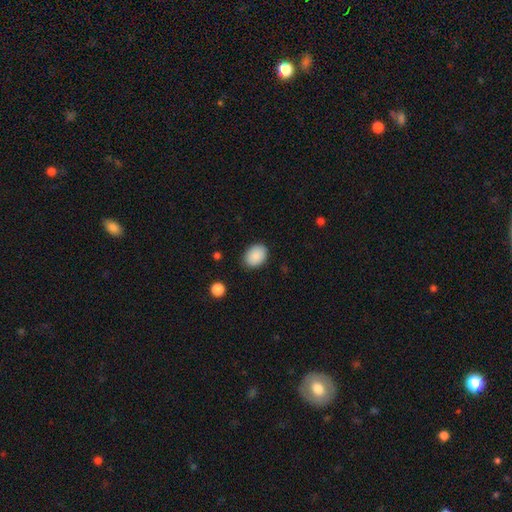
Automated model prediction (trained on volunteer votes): Overall: smooth (89%). How rounded: in between (72%). Merging: none (87%).